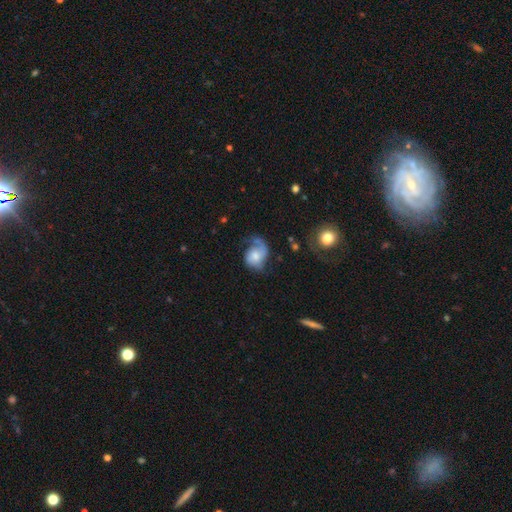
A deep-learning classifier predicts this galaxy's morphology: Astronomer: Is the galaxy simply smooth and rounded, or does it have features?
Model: featured or disk — 62%.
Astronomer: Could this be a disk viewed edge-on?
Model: no — 97%.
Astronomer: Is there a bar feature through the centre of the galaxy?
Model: no — 71%.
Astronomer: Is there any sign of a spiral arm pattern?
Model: yes — 89%.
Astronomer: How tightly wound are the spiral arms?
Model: loose — 42% (runner-up: medium, 38%).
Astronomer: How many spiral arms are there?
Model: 1 — 55% (runner-up: 2, 35%).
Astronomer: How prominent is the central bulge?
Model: moderate — 42% (runner-up: small, 34%).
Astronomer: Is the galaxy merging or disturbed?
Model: none — 41% (runner-up: major disturbance, 30%).